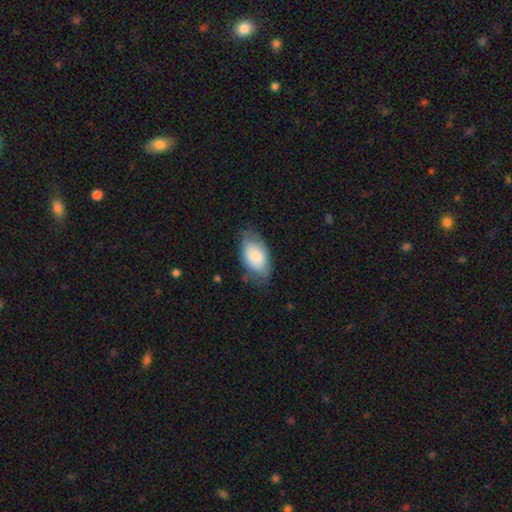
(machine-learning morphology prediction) A smooth galaxy with no disk features (73%) that is in between round and cigar-shaped (93%).

Vote fractions:
- Smooth or featured? smooth: 73% / featured or disk: 20% / star or artifact: 6%
- How rounded? in between: 93% / round: 6% / cigar-shaped: 2%
- Merging? none: 65% / minor disturbance: 26% / major disturbance: 8% / merger: 1%